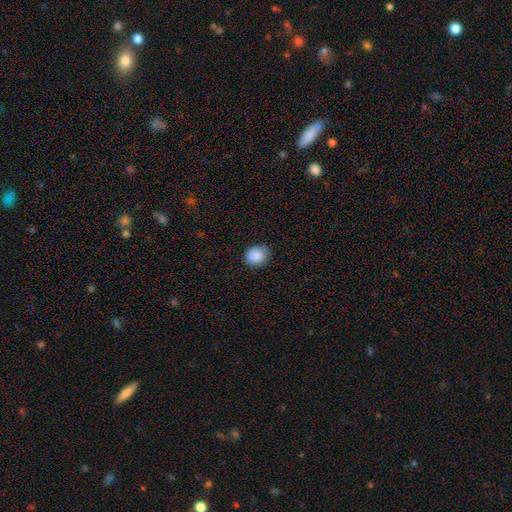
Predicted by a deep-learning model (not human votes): A smooth galaxy with no disk features (87%) that is round (73%).

Vote fractions:
- Smooth or featured? smooth: 87% / star or artifact: 8% / featured or disk: 4%
- How rounded? round: 73% / in between: 26% / cigar-shaped: 1%
- Merging? none: 78% / minor disturbance: 18% / major disturbance: 3% / merger: 1%